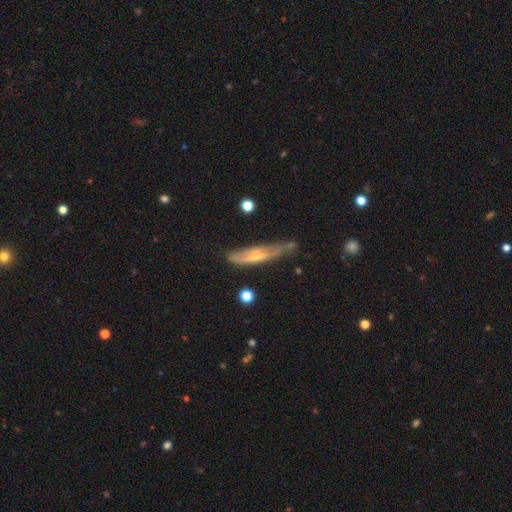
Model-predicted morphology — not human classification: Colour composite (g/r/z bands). It shows a featured or disk galaxy (54%) viewed edge-on (73%). Merging: none (52%).